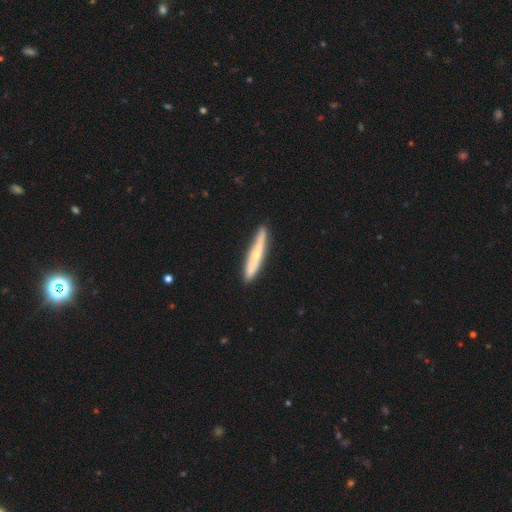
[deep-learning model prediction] A smooth galaxy with no disk features (48%).

Vote fractions:
- Smooth or featured? smooth: 48% / featured or disk: 46% / star or artifact: 5%
- Merging? none: 85% / minor disturbance: 12% / major disturbance: 2% / merger: 2%